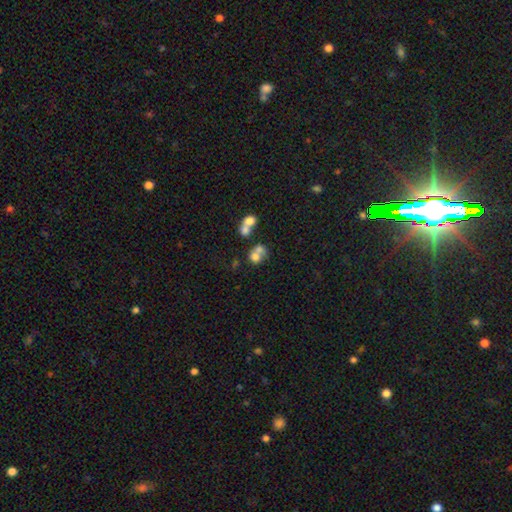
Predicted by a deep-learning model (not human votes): smooth 65%, featured or disk 22%, star or artifact 13%. Down the decision tree: how rounded — round (71%); merging — merger (58%).